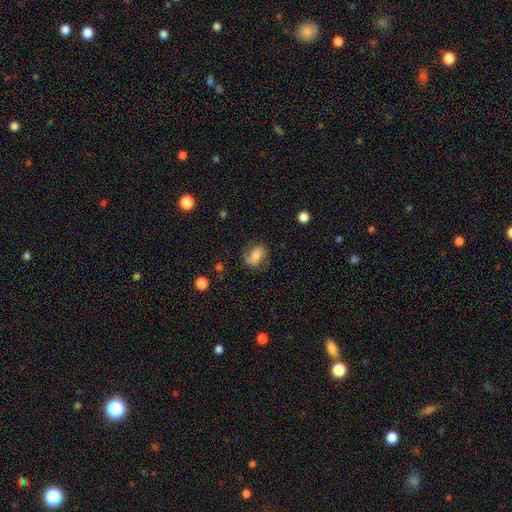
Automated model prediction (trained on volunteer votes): Q: Smooth or featured?
A: smooth (60%); runner-up: featured or disk (30%)
Q: How rounded?
A: in between (70%); runner-up: round (28%)
Q: Merging?
A: none (66%); runner-up: minor disturbance (22%)